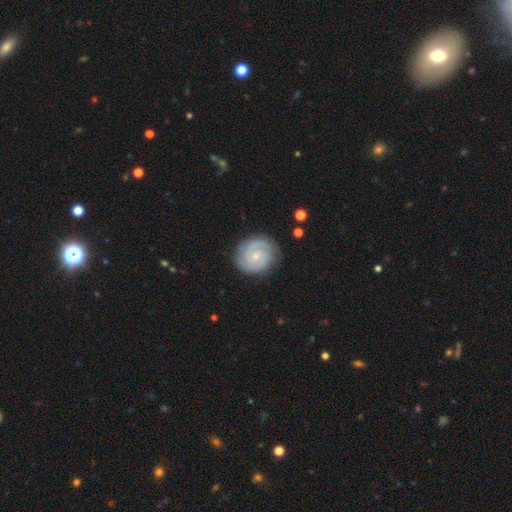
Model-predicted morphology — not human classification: This is clearly a featured or disk galaxy (84%). It is clearly not viewed edge-on (98%). Bar: likely no (67%). Spiral arm pattern: clearly yes (97%). Spiral arm count: likely 2 (80%). Spiral winding: likely tight (69%). Central bulge: likely small (69%). Merging: clearly none (86%).